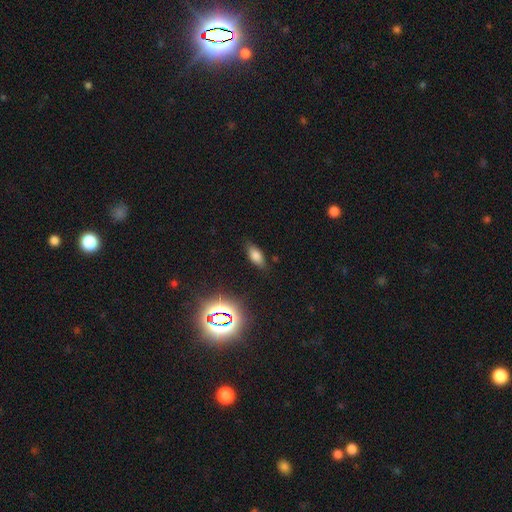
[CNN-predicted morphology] A smooth galaxy with no disk features (71%) that is in between round and cigar-shaped (80%). Merging: none (82%).